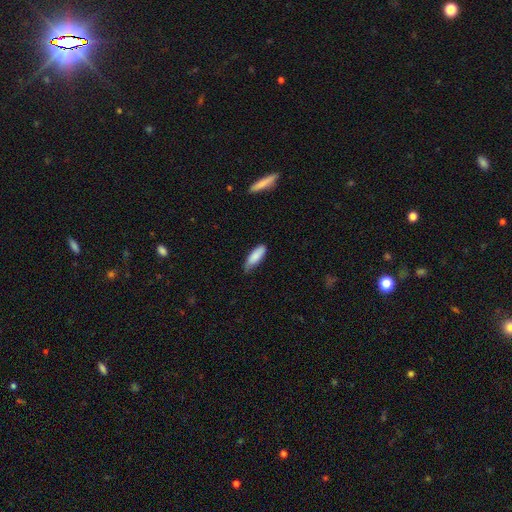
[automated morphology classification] The model was most divided on "merging": none: 59%, minor disturbance: 34%, major disturbance: 5%, merger: 2%. More confident: smooth or featured — smooth (85%); how rounded — in between (63%).